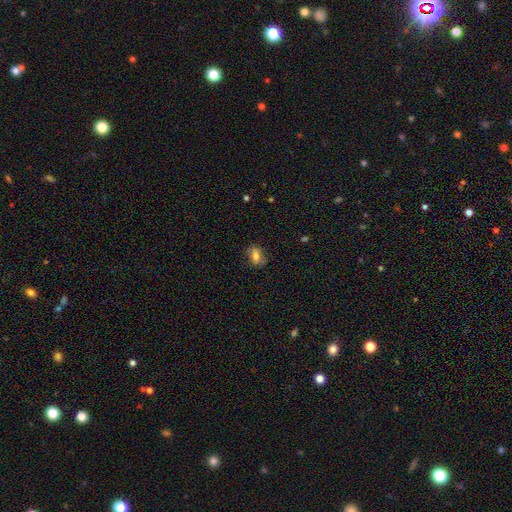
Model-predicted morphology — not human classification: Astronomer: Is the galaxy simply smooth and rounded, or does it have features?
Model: smooth — 71%.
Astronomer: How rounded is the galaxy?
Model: in between — 80%.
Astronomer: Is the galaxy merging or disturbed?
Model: none — 72%.